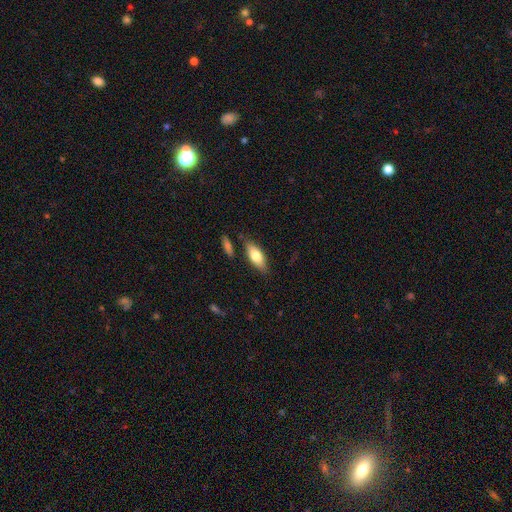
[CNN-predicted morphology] The model was most divided on "smooth or featured": smooth: 70%, featured or disk: 24%, star or artifact: 6%. More confident: merging — none (80%); how rounded — in between (73%).